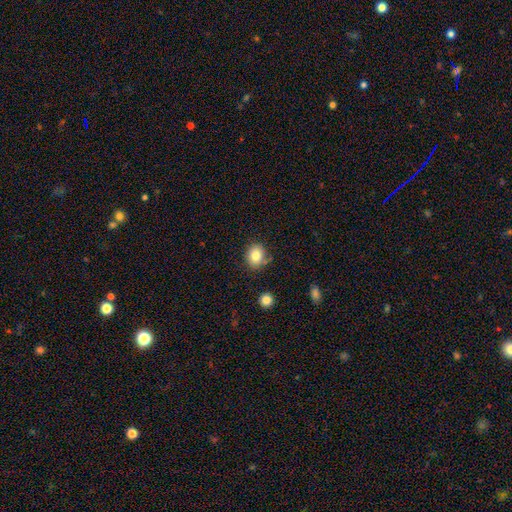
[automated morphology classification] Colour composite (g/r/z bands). It shows a smooth galaxy with no disk features (83%) that is round (64%). Merging: none (78%).